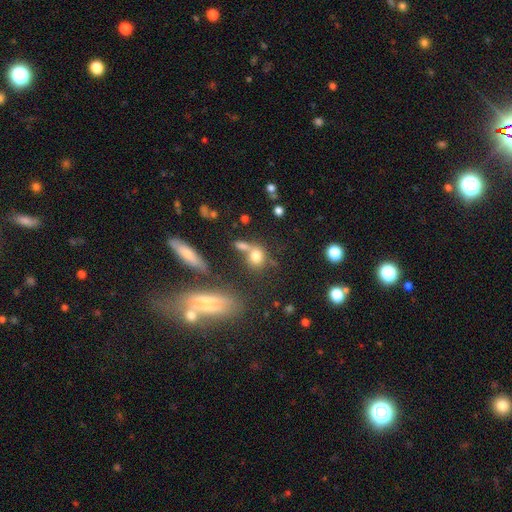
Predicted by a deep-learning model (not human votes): A smooth galaxy with no disk features (72%) that is round (66%). Merging: none (47%).